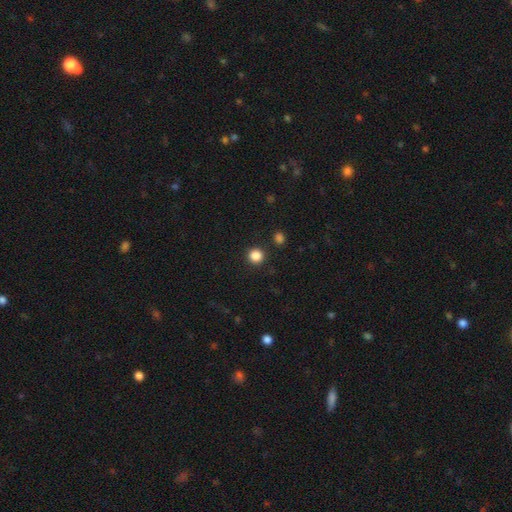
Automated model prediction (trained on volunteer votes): Q: Smooth or featured?
A: smooth (86%); runner-up: star or artifact (11%)
Q: How rounded?
A: round (92%); runner-up: in between (7%)
Q: Merging?
A: none (91%); runner-up: minor disturbance (5%)